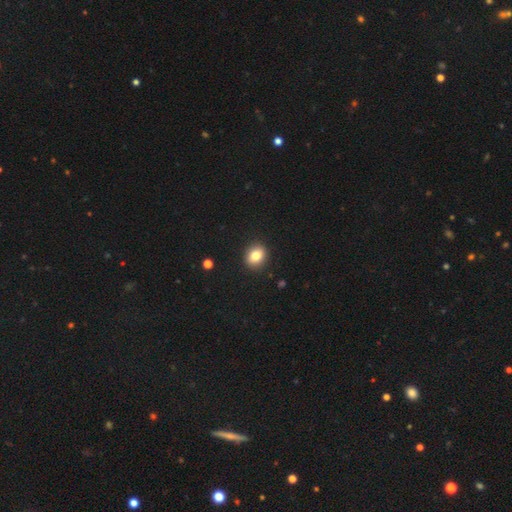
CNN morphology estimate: smooth 81%, star or artifact 10%, featured or disk 9%. Down the decision tree: how rounded — round (60%); merging — none (91%).